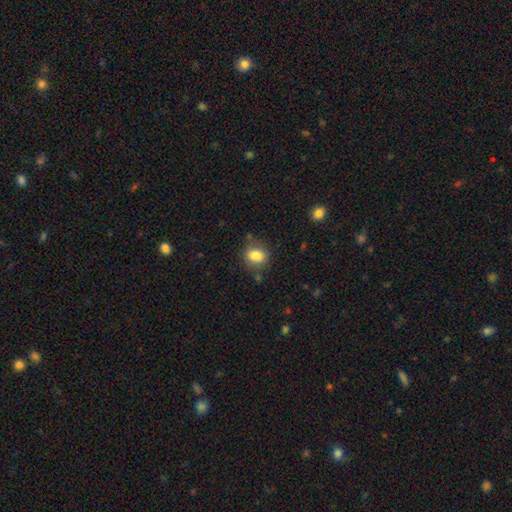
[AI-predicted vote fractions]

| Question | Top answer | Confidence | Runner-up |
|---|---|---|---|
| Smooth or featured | smooth | 83% | star or artifact (10%) |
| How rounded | round | 51% | in between (48%) |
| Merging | none | 79% | minor disturbance (14%) |